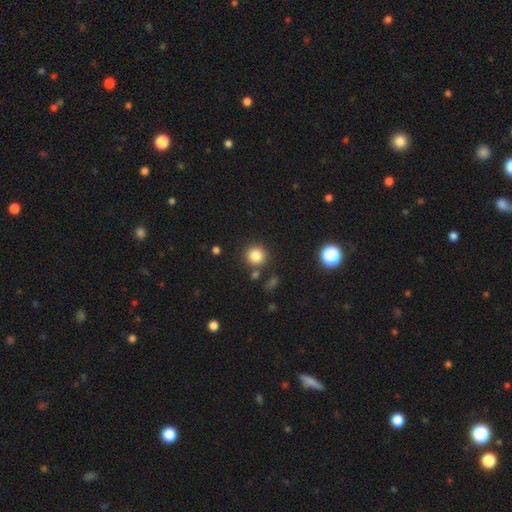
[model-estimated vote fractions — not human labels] The model was most divided on "smooth or featured": smooth: 83%, star or artifact: 12%, featured or disk: 5%. More confident: how rounded — round (92%); merging — none (83%).